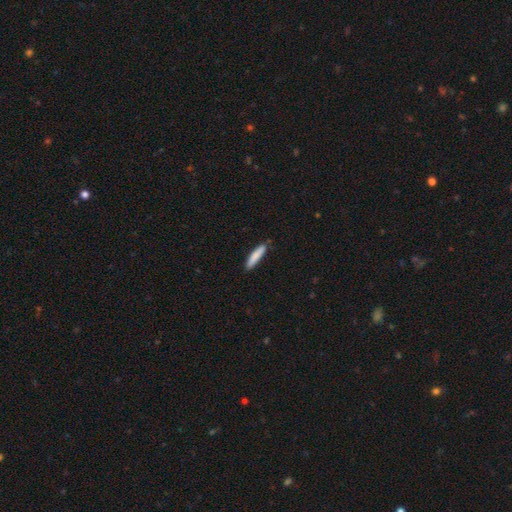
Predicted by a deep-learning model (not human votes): Smooth or featured? smooth (84%)
How rounded? cigar-shaped (85%)
Merging? none (84%)